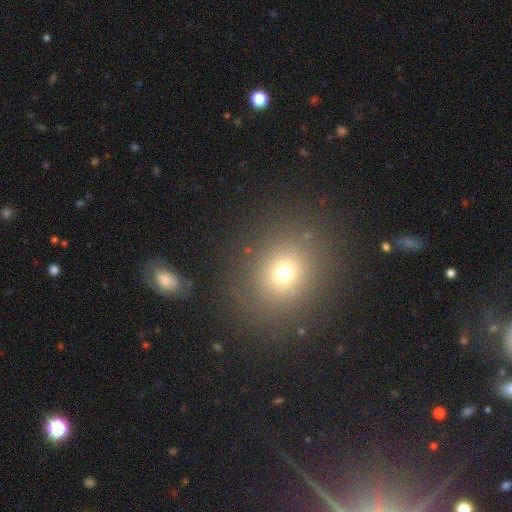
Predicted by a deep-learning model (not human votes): Smooth or featured: smooth — 55% (star or artifact — 33%)
How rounded: round — 71% (in between — 28%)
Merging: none — 88% (minor disturbance — 7%)